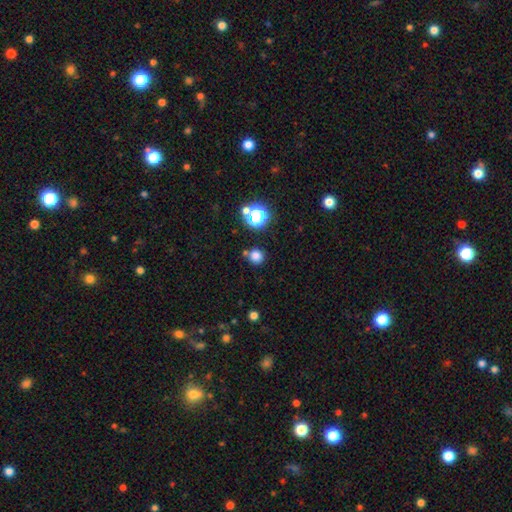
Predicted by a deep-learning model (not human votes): Morphology: type=smooth (76%); roundness=round (92%); merging=none (80%).